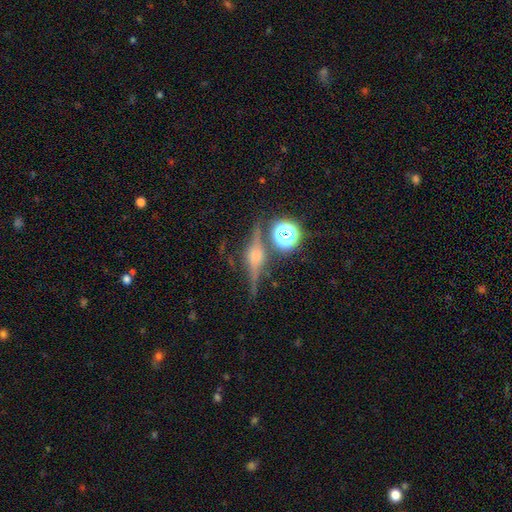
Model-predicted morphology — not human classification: A featured or disk galaxy (74%) viewed edge-on (95%) with a rounded central bulge (87%). Merging: none (81%).